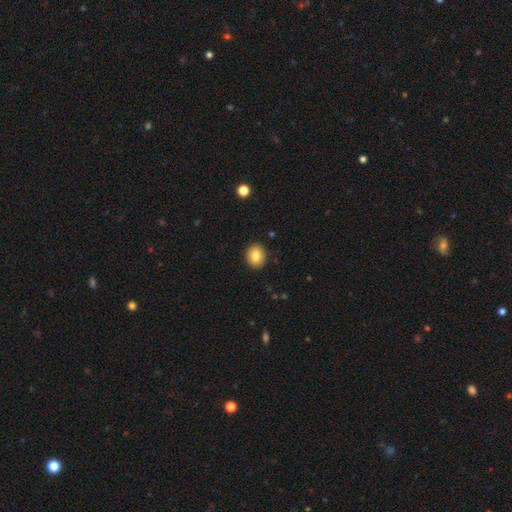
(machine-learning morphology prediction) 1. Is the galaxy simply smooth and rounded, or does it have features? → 82% smooth, 10% featured or disk, 9% star or artifact.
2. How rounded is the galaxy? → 59% round, 40% in between, 1% cigar-shaped.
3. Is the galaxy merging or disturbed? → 90% none, 7% minor disturbance, 2% major disturbance, 1% merger.